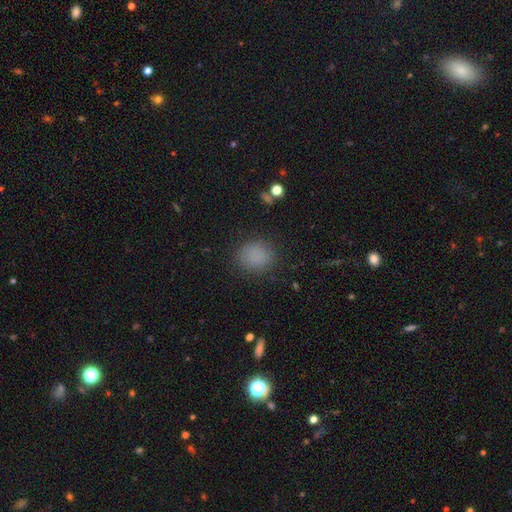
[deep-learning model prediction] The model was most divided on "how rounded": round: 76%, in between: 23%, cigar-shaped: 1%. More confident: merging — none (86%); smooth or featured — smooth (83%).